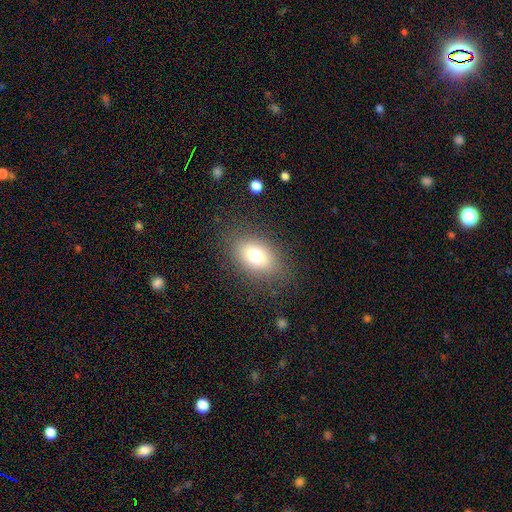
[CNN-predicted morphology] Smooth or featured?
  - smooth: 74% *
  - featured or disk: 14%
  - star or artifact: 12%
How rounded?
  - in between: 77% *
  - round: 21%
  - cigar-shaped: 1%
Merging?
  - none: 81% *
  - minor disturbance: 12%
  - major disturbance: 6%
  - merger: 1%